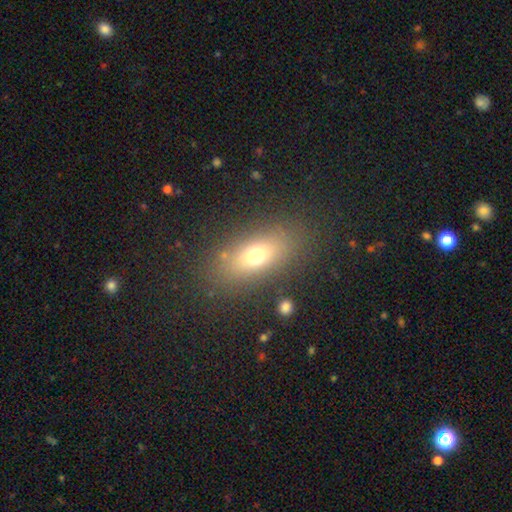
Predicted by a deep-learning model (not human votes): Smooth or featured?
  - smooth: 68% *
  - featured or disk: 19%
  - star or artifact: 13%
How rounded?
  - in between: 77% *
  - cigar-shaped: 13%
  - round: 10%
Merging?
  - none: 82% *
  - minor disturbance: 10%
  - major disturbance: 6%
  - merger: 2%